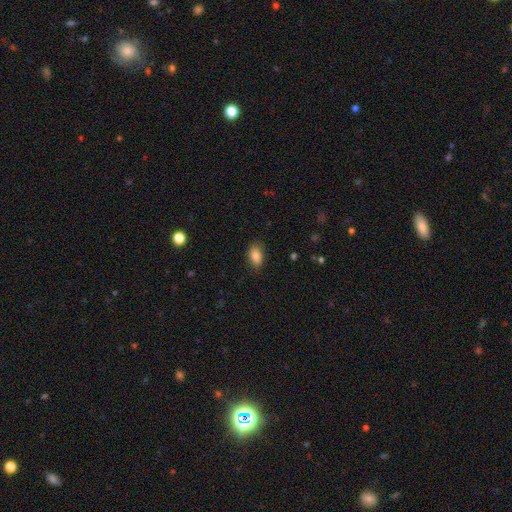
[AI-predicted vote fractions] smooth-or-featured: smooth: 85% | star or artifact: 8% | featured or disk: 7%
  how-rounded: in between: 89% | round: 9% | cigar-shaped: 2%
  merging: none: 79% | minor disturbance: 17% | major disturbance: 3% | merger: 1%